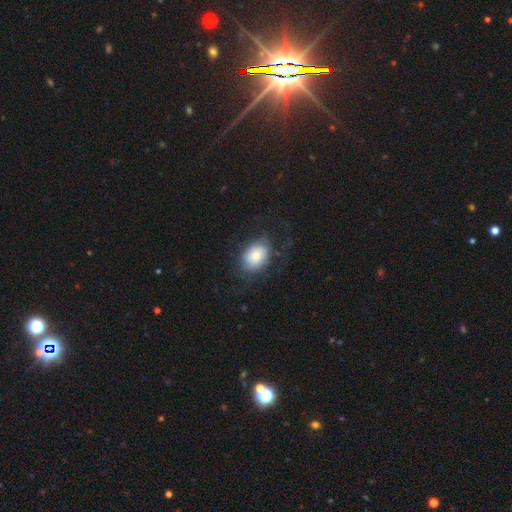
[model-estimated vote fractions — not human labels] The model was most divided on "merging": none: 58%, major disturbance: 21%, minor disturbance: 19%, merger: 1%. More confident: how rounded — in between (77%); smooth or featured — smooth (68%).